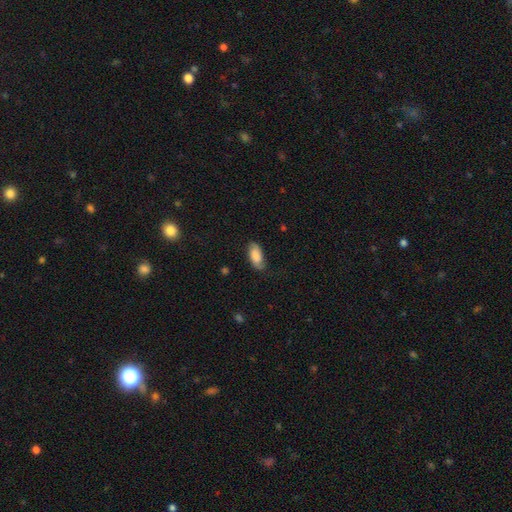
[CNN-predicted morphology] type=smooth (72%); roundness=in between (90%); merging=none (66%).